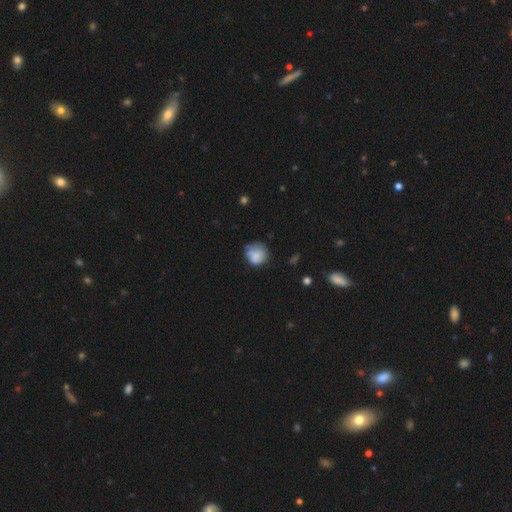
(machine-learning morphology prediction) A smooth galaxy with no disk features (78%) that is round (82%).

Vote fractions:
- Smooth or featured? smooth: 78% / featured or disk: 12% / star or artifact: 9%
- How rounded? round: 82% / in between: 17% / cigar-shaped: 1%
- Merging? none: 52% / minor disturbance: 33% / major disturbance: 11% / merger: 4%